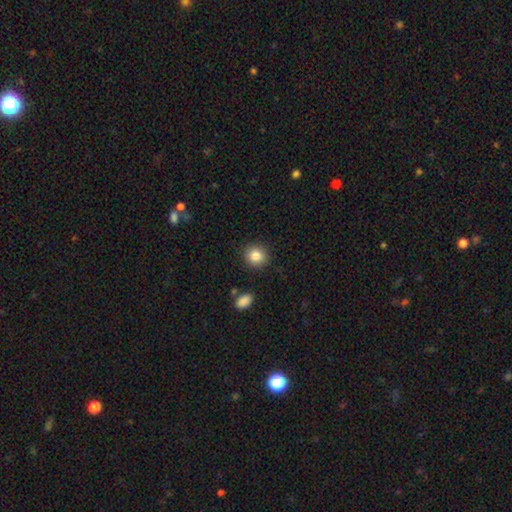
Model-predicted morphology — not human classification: type=smooth (86%); roundness=round (86%); merging=none (88%).